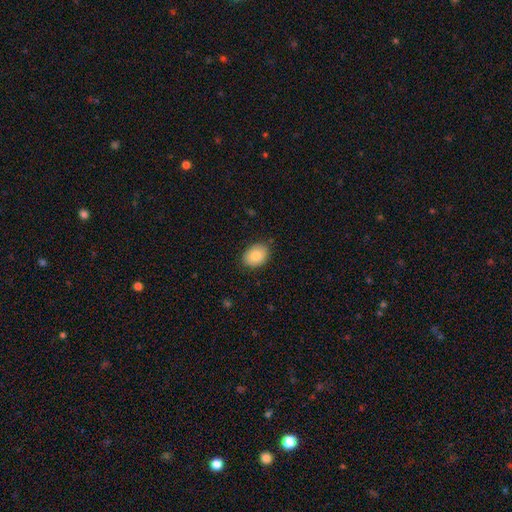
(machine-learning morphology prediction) The model was most divided on "how rounded": in between: 75%, round: 24%, cigar-shaped: 1%. More confident: smooth or featured — smooth (87%); merging — none (84%).